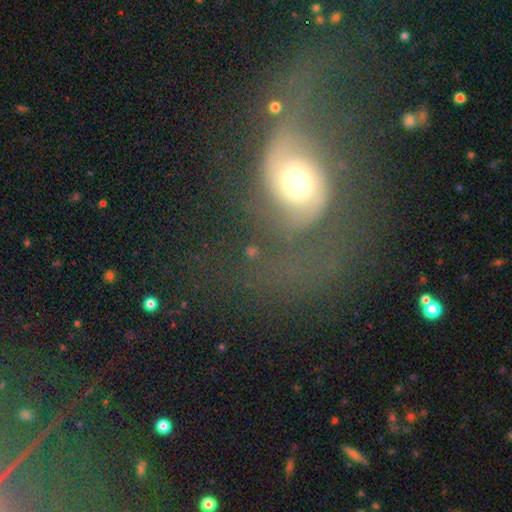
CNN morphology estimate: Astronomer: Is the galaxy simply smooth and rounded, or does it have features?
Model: featured or disk — 71%.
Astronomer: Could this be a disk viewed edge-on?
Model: no — 97%.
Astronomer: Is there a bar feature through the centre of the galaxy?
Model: no — 64%.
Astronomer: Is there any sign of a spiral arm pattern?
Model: yes — 86%.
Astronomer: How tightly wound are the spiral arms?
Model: loose — 44% (runner-up: medium, 41%).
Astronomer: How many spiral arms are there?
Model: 2 — 79%.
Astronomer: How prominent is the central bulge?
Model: moderate — 57%.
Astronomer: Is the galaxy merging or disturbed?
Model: none — 44% (runner-up: major disturbance, 35%).